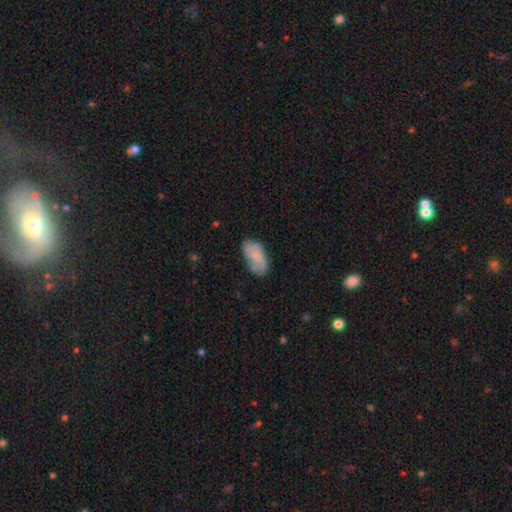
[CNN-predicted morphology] type=smooth (67%); roundness=in between (93%); merging=none (62%).